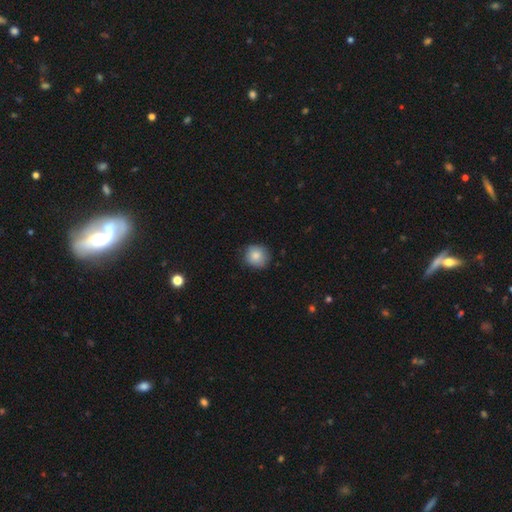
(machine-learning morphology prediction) smooth_or_featured: smooth (p=0.85) [alt: star or artifact p=0.08]
how_rounded: round (p=0.89) [alt: in between p=0.10]
merging: none (p=0.83) [alt: minor disturbance p=0.14]